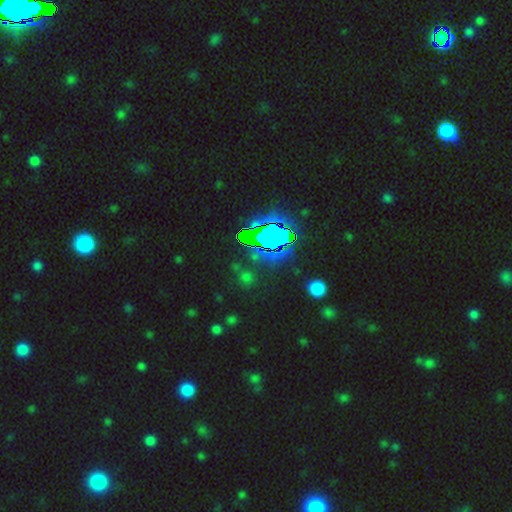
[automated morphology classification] A star or artifact, not a galaxy (71%).